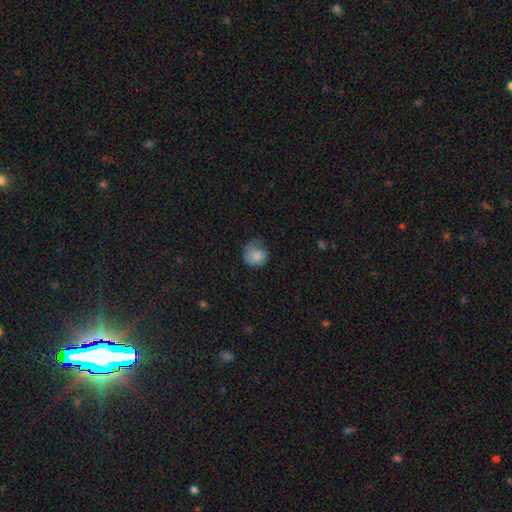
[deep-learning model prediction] smooth 82%, featured or disk 10%, star or artifact 8%. Down the decision tree: how rounded — round (78%); merging — none (44%).